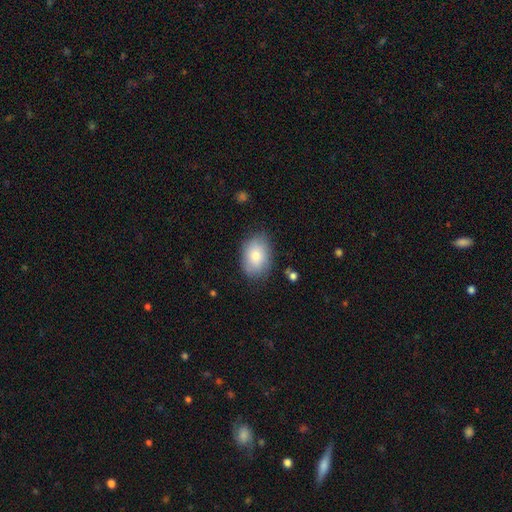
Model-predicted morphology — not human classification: This appears to be a smooth galaxy with no disk features (79%) that is in between round and cigar-shaped (81%). Merging: none (79%).